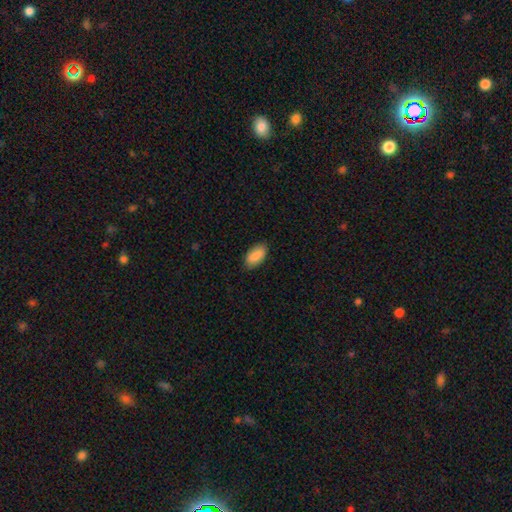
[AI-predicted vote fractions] A smooth galaxy with no disk features (87%) that is in between round and cigar-shaped (92%).

Vote fractions:
- Smooth or featured? smooth: 87% / featured or disk: 7% / star or artifact: 6%
- How rounded? in between: 92% / cigar-shaped: 5% / round: 3%
- Merging? none: 84% / minor disturbance: 13% / major disturbance: 2% / merger: 1%